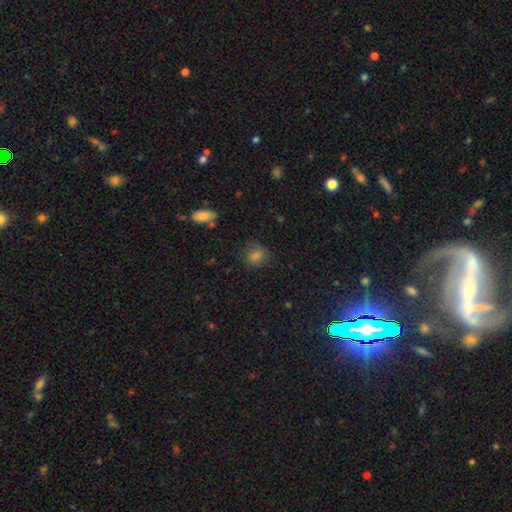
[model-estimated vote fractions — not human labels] Morphology: type=smooth (65%); roundness=round (75%); merging=none (77%).